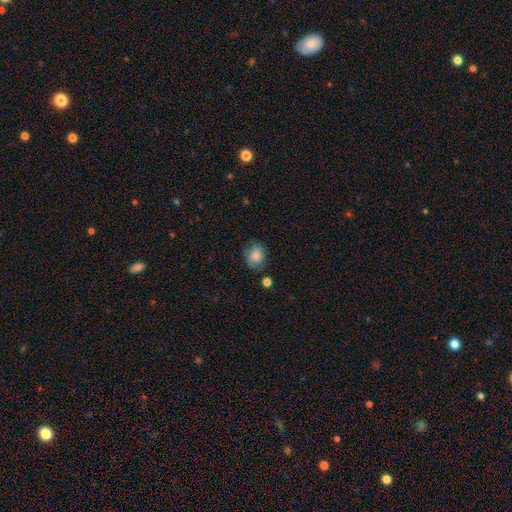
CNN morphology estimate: This appears to be a smooth galaxy with no disk features (83%) that is round (55%). Merging: none (76%).